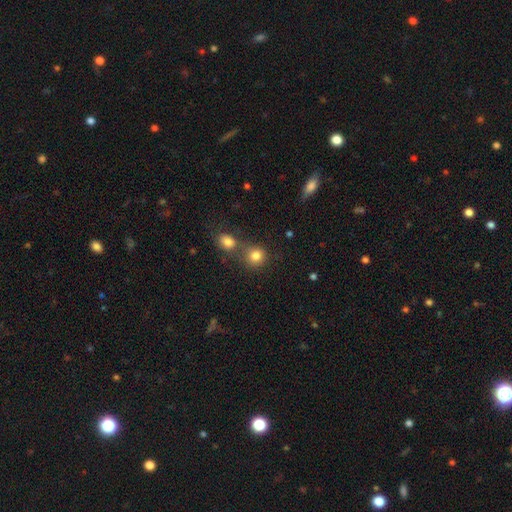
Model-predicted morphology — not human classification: type=smooth (82%); roundness=round (85%); merging=none (55%).